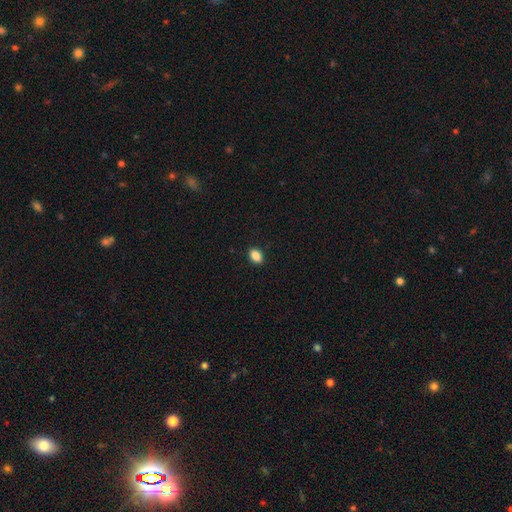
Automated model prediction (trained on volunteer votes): smooth_or_featured: smooth (p=0.88) [alt: star or artifact p=0.09]
how_rounded: in between (p=0.77) [alt: round p=0.21]
merging: none (p=0.89) [alt: minor disturbance p=0.08]